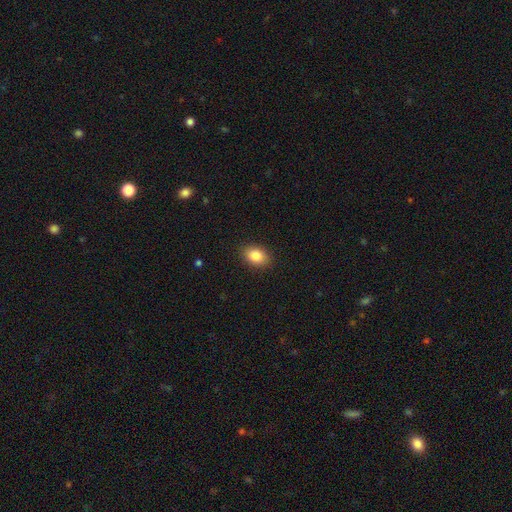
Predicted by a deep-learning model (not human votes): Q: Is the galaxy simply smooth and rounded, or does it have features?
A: smooth — 86%.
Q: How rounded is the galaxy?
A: in between — 80%.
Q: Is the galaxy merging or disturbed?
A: none — 89%.